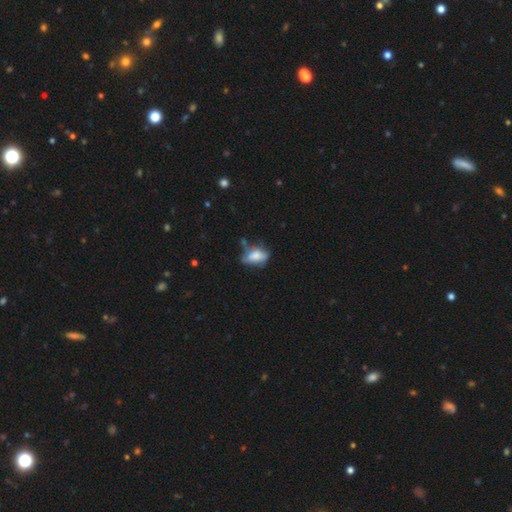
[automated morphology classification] type=smooth (64%); roundness=in between (84%); merging=none (43%).